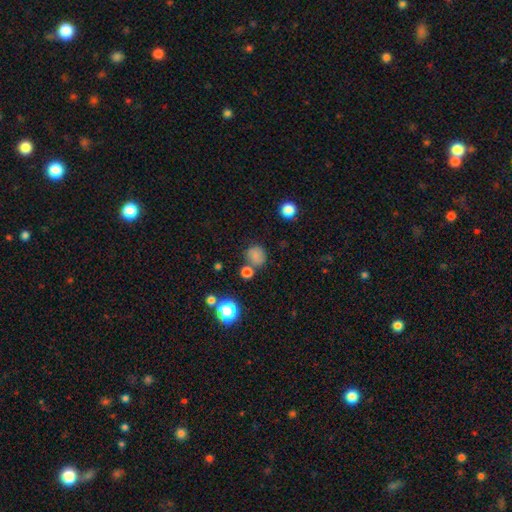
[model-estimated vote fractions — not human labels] Overall: smooth (76%). How rounded: round (81%). Merging: none (69%).